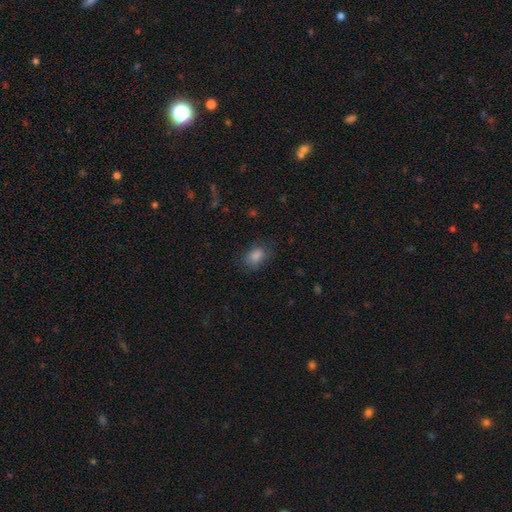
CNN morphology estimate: smooth-or-featured: smooth: 81% | star or artifact: 12% | featured or disk: 7%
  how-rounded: in between: 79% | round: 20% | cigar-shaped: 2%
  merging: none: 78% | minor disturbance: 16% | major disturbance: 5% | merger: 1%